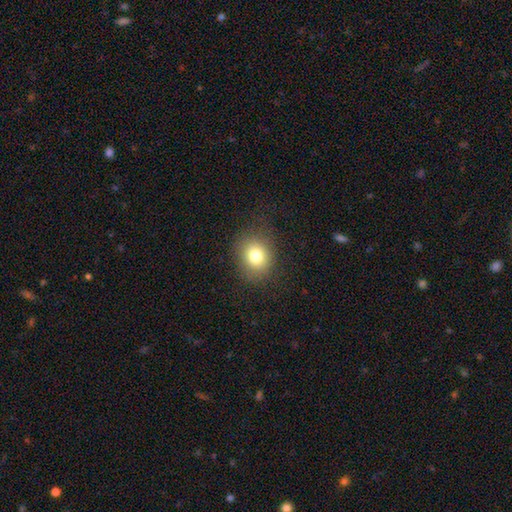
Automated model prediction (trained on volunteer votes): Overall: smooth (77%). How rounded: round (66%; in between 34%). Merging: none (83%).